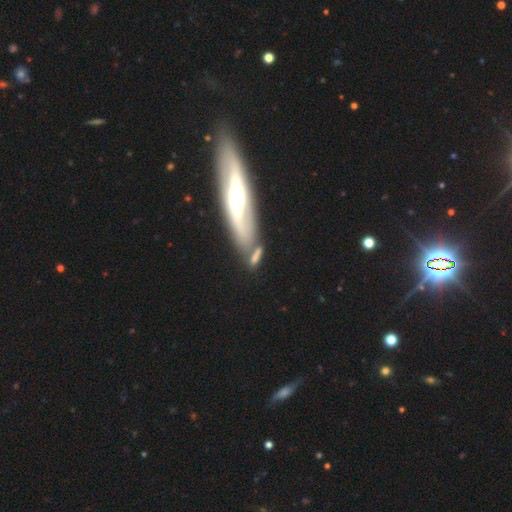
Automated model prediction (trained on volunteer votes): smooth-or-featured: smooth: 53% | featured or disk: 37% | star or artifact: 10%
  how-rounded: cigar-shaped: 49% | in between: 40% | round: 10%
  merging: none: 50% | merger: 28% | minor disturbance: 14% | major disturbance: 8%